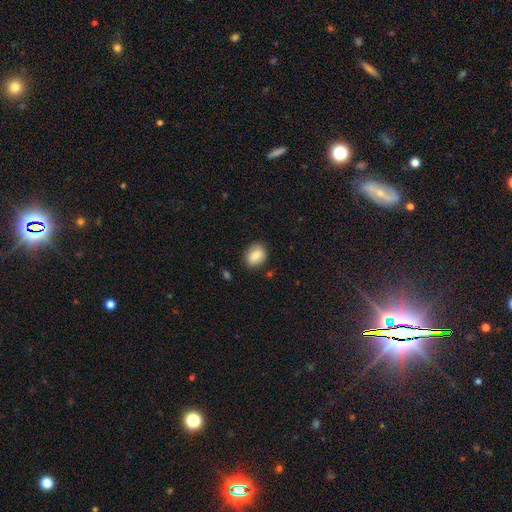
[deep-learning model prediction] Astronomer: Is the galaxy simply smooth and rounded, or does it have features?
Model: smooth — 80%.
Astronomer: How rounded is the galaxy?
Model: in between — 54% (runner-up: round, 45%).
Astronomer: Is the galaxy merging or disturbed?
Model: none — 85%.